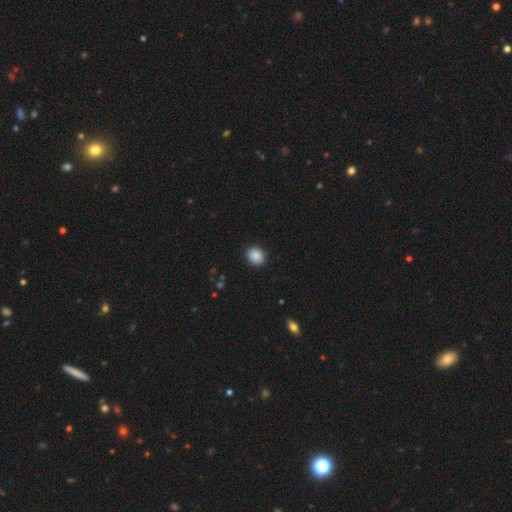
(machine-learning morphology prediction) This is clearly a smooth galaxy (89%). How rounded: possibly round (59%). Merging: clearly none (91%).